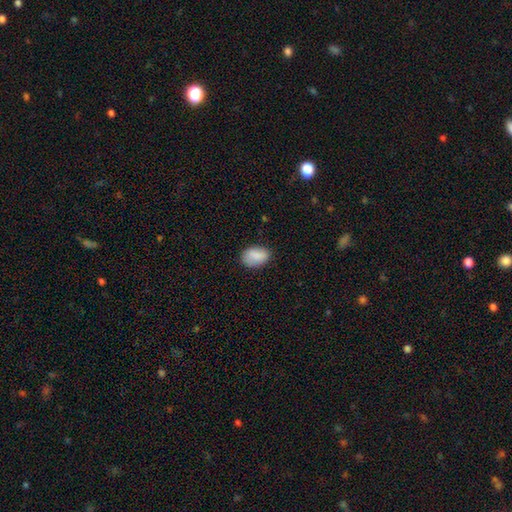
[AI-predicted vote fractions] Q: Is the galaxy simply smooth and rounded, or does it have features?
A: smooth — 88%.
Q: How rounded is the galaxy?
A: in between — 84%.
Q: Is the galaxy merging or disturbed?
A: none — 79%.